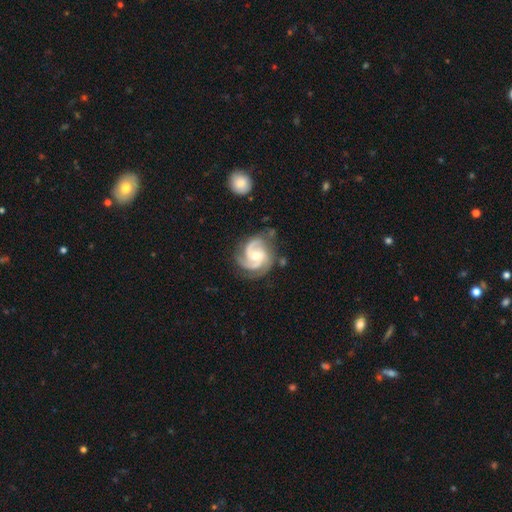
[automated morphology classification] This appears to be a featured or disk galaxy (91%) with no bar (52%), 3 (56%) medium (48%) spiral arms (98%) and a moderate central bulge (54%). Merging: none (71%).